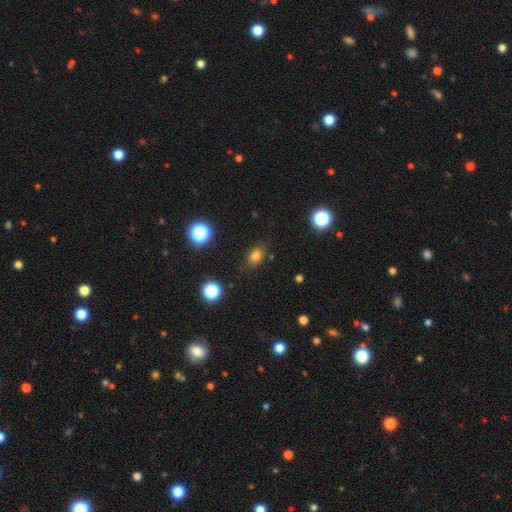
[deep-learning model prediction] Q: Smooth or featured?
A: smooth (78%); runner-up: star or artifact (15%)
Q: How rounded?
A: in between (67%); runner-up: round (31%)
Q: Merging?
A: none (82%); runner-up: minor disturbance (13%)